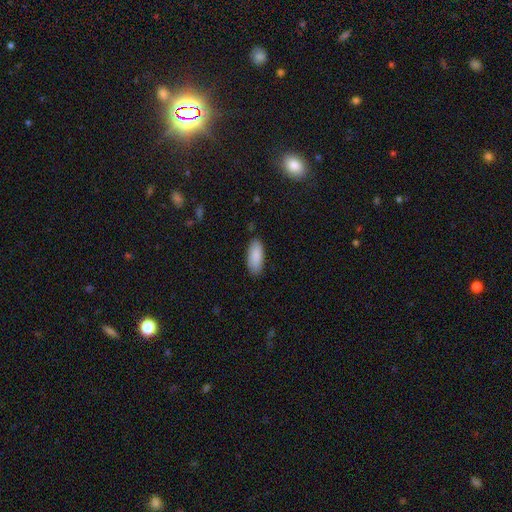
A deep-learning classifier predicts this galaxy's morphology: type=smooth (89%); roundness=in between (84%); merging=none (85%).